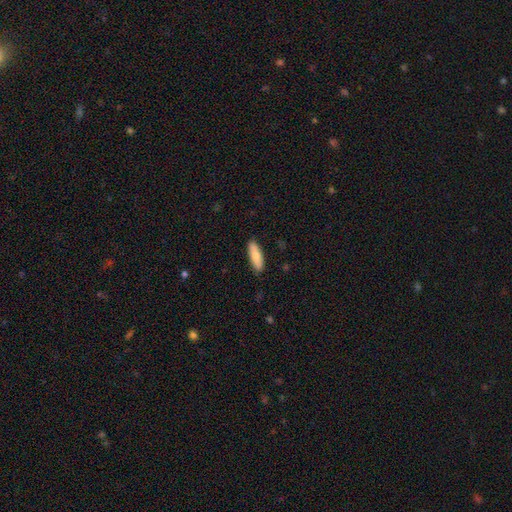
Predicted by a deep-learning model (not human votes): smooth-or-featured: smooth: 81% | featured or disk: 13% | star or artifact: 5%
  how-rounded: in between: 52% | cigar-shaped: 46% | round: 2%
  merging: none: 88% | minor disturbance: 9% | major disturbance: 2% | merger: 1%